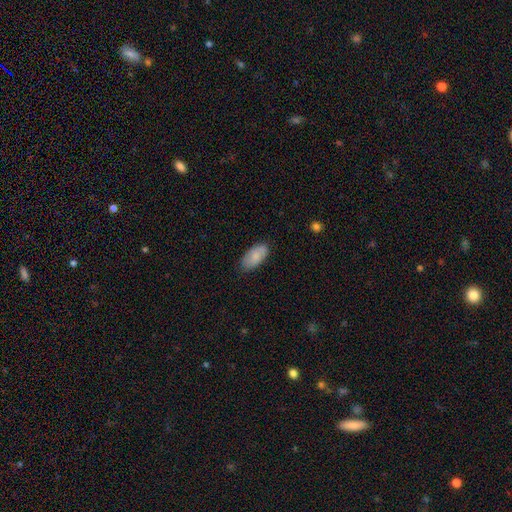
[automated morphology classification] smooth-or-featured: smooth: 82% | featured or disk: 12% | star or artifact: 6%
  how-rounded: in between: 94% | cigar-shaped: 4% | round: 3%
  merging: none: 80% | minor disturbance: 16% | major disturbance: 3% | merger: 1%